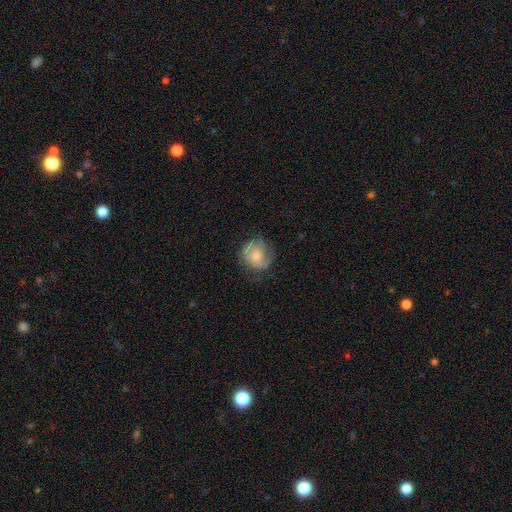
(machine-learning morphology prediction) This appears to be a featured or disk galaxy (47%). Merging: none (62%).